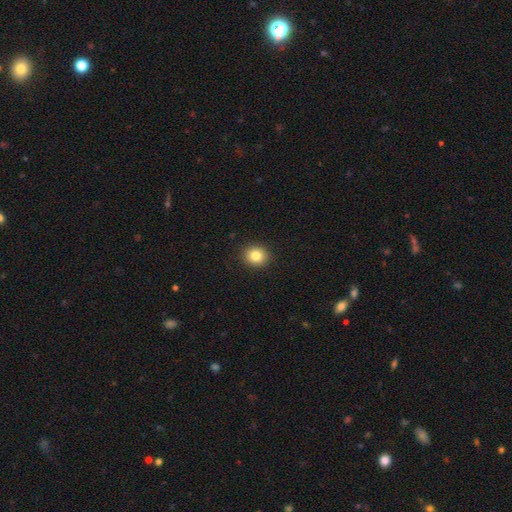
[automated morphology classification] This appears to be a smooth galaxy with no disk features (83%) that is round (79%). Merging: none (91%).